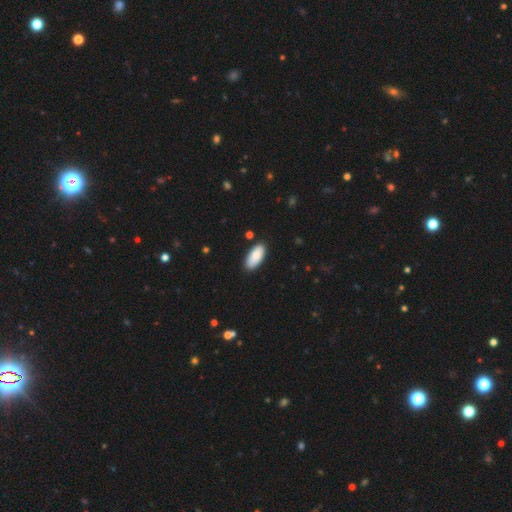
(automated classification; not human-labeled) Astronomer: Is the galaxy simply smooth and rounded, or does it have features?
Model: smooth — 89%.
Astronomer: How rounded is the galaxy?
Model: in between — 89%.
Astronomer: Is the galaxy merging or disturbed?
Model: none — 86%.